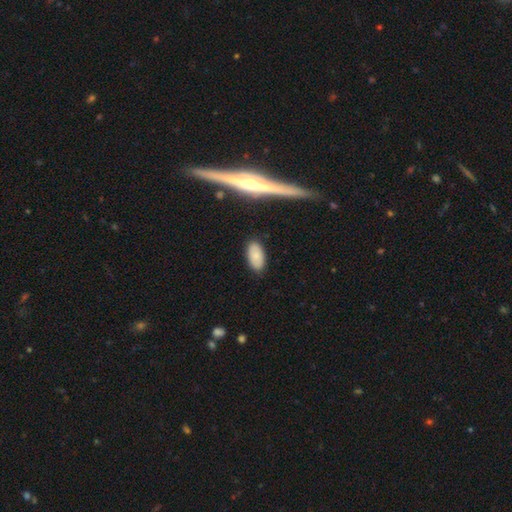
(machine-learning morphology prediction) type=smooth (77%); roundness=in between (93%); merging=none (85%).